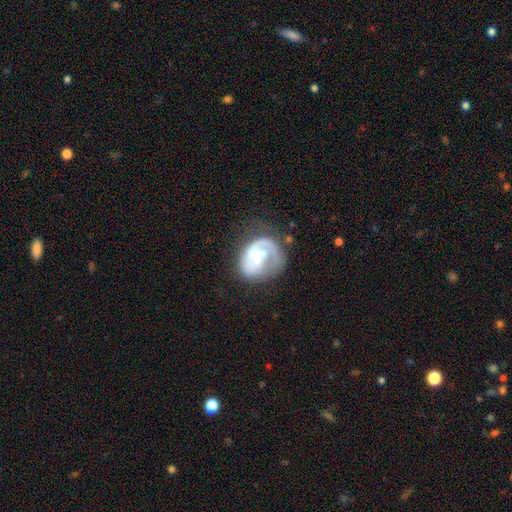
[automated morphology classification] The model was most divided on "spiral winding": tight: 38%, medium: 37%, loose: 25%. Remaining: edge-on disk — no (98%); spiral arms — yes (85%); smooth or featured — featured or disk (69%); spiral arm count — 1 (60%); bar — no (49%); merging — none (45%); bulge size — small (42%).